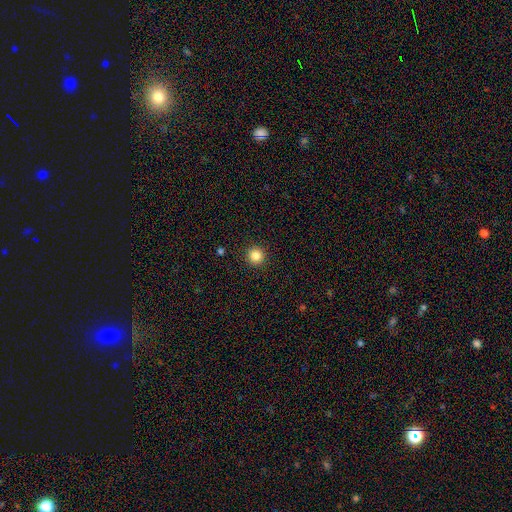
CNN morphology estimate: Smooth or featured?
  - smooth: 84% *
  - star or artifact: 12%
  - featured or disk: 4%
How rounded?
  - round: 96% *
  - in between: 3%
  - cigar-shaped: 1%
Merging?
  - none: 93% *
  - minor disturbance: 4%
  - major disturbance: 2%
  - merger: 1%